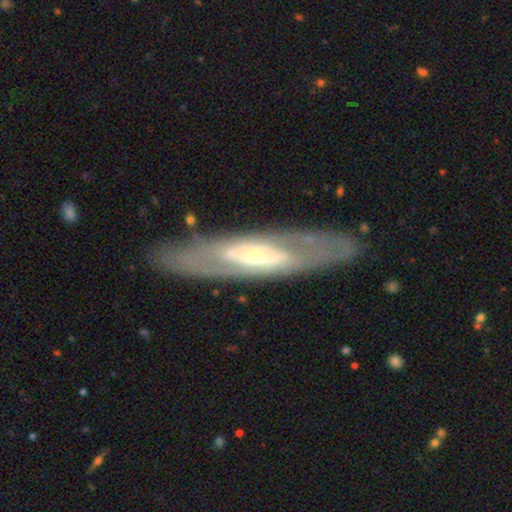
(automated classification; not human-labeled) Smooth or featured: featured or disk — 76% (smooth — 18%)
Edge-on disk: no — 70% (yes — 30%)
Bar: no — 54% (weak — 25%)
Spiral arms: no — 54% (yes — 46%)
Bulge size: small — 55% (moderate — 39%)
Merging: none — 84% (minor disturbance — 10%)